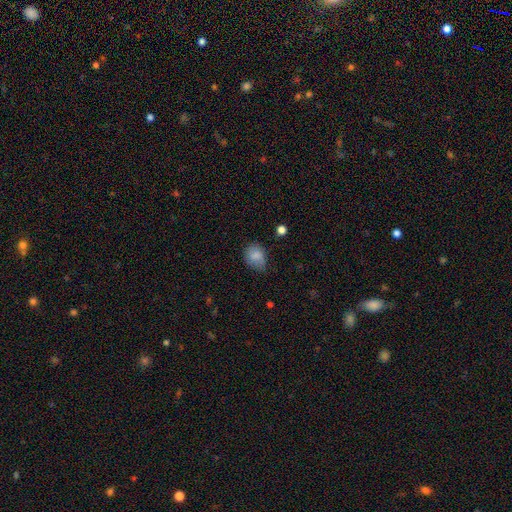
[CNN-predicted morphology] A smooth galaxy with no disk features (83%) that is in between round and cigar-shaped (56%). Merging: none (58%).